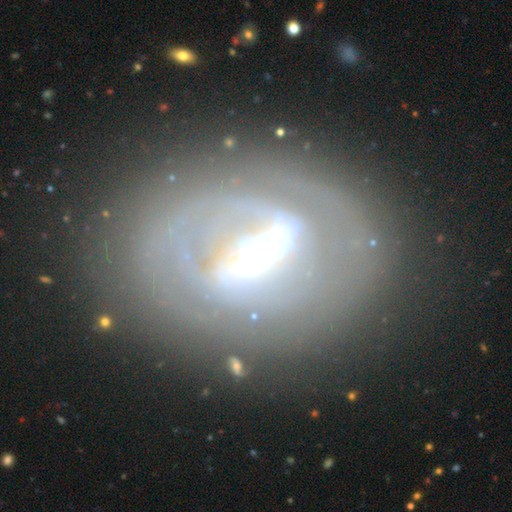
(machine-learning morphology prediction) A featured or disk galaxy (79%) with a strong bar (71%), spiral arms (62%) and a moderate central bulge (54%).

Vote fractions:
- Smooth or featured? featured or disk: 79% / smooth: 13% / star or artifact: 8%
- Edge-on disk? no: 87% / yes: 13%
- Bar? strong: 71% / weak: 22% / no: 7%
- Spiral arms? yes: 62% / no: 38%
- Bulge size? moderate: 54% / small: 27% / large: 14% / dominant: 2% / none: 2%
- Merging? none: 77% / minor disturbance: 14% / major disturbance: 7% / merger: 2%